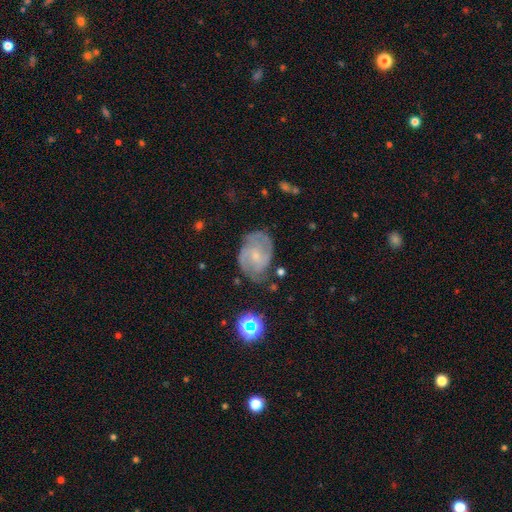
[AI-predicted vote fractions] Smooth or featured? featured or disk (75%)
Edge-on disk? no (97%)
Bar? no (47%)
Spiral arms? yes (92%)
Spiral winding? medium (45%)
Spiral arm count? 2 (57%)
Bulge size? small (65%)
Merging? none (64%)